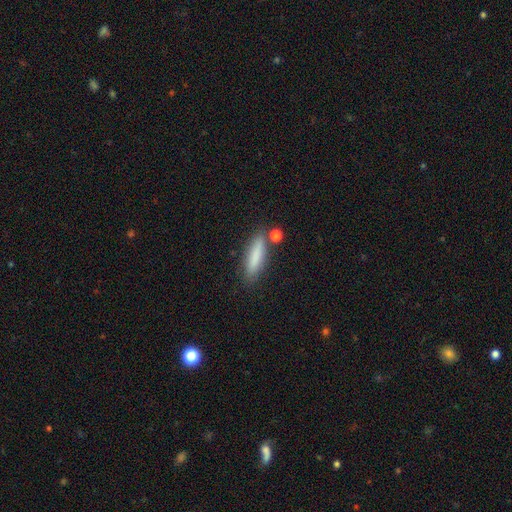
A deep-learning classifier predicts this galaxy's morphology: This is likely a smooth galaxy (79%). How rounded: likely cigar-shaped (73%). Merging: likely none (76%).